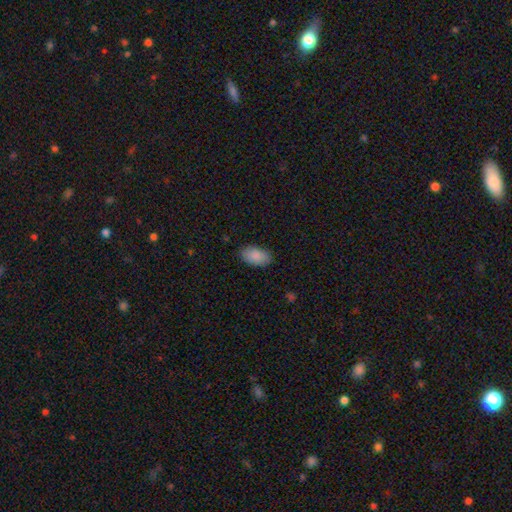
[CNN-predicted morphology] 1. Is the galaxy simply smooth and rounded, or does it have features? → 89% smooth, 6% star or artifact, 5% featured or disk.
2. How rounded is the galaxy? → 95% in between, 4% round, 2% cigar-shaped.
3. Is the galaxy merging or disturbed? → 86% none, 11% minor disturbance, 3% major disturbance, 1% merger.